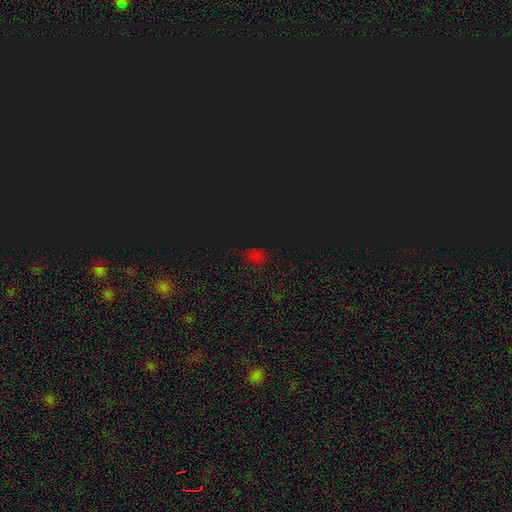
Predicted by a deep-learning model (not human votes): This is possibly a star or artifact rather than a galaxy (59%).